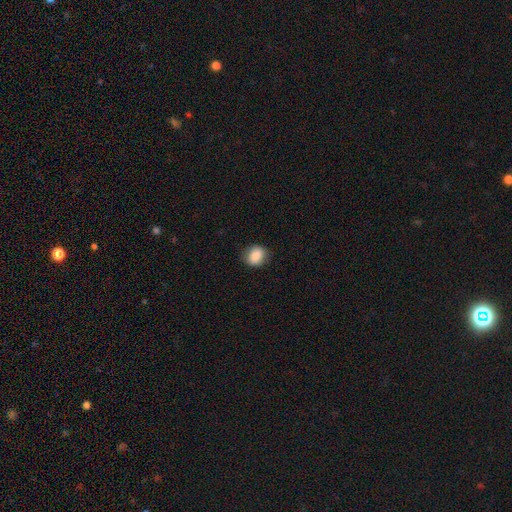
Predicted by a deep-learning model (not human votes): Smooth or featured? Predicted: smooth (p=0.86). How rounded? Predicted: round (p=0.56). Merging? Predicted: none (p=0.80).